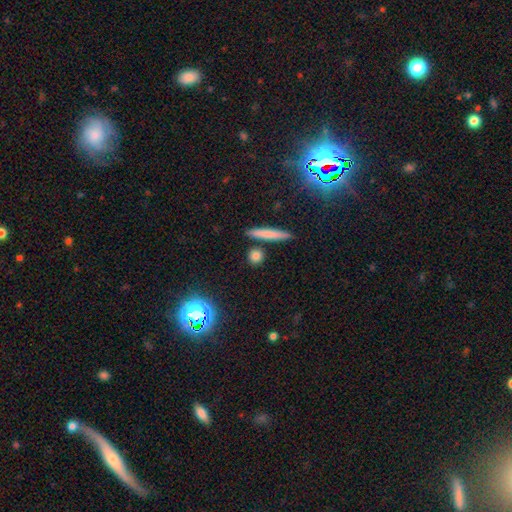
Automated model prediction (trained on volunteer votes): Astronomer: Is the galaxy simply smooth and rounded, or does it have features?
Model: smooth — 80%.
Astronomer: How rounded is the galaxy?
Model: round — 66%.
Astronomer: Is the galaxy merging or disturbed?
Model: none — 84%.